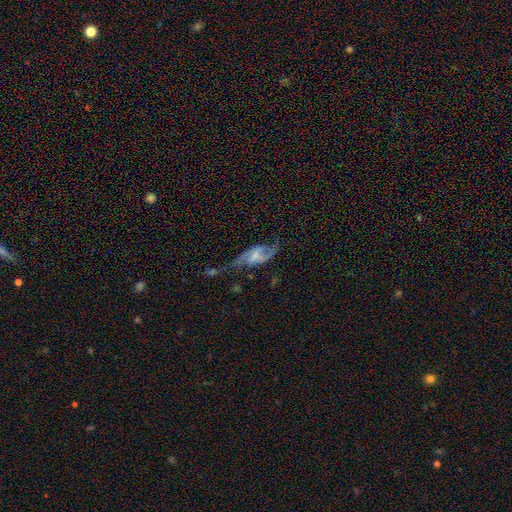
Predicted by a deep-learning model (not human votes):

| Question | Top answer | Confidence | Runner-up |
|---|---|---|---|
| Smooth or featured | featured or disk | 83% | smooth (11%) |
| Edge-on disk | no | 94% | yes (6%) |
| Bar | weak | 47% | strong (29%) |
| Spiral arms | yes | 93% | no (7%) |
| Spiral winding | loose | 62% | medium (29%) |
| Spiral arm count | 2 | 90% | can't tell (3%) |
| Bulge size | small | 42% | moderate (28%) |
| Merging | none | 46% | major disturbance (23%) |